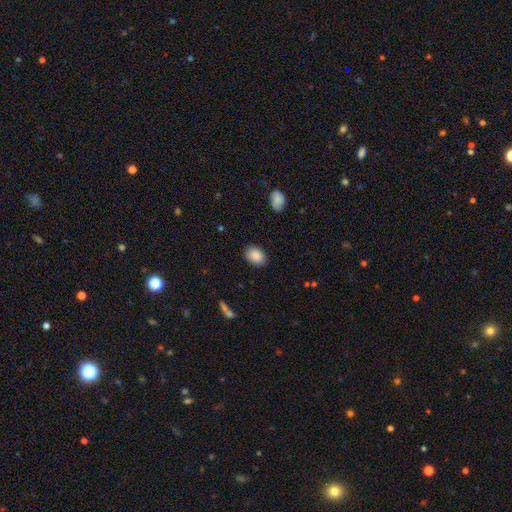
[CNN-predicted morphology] Smooth or featured?
  - smooth: 88% *
  - star or artifact: 7%
  - featured or disk: 5%
How rounded?
  - in between: 79% *
  - round: 20%
  - cigar-shaped: 1%
Merging?
  - none: 87% *
  - minor disturbance: 9%
  - major disturbance: 2%
  - merger: 1%